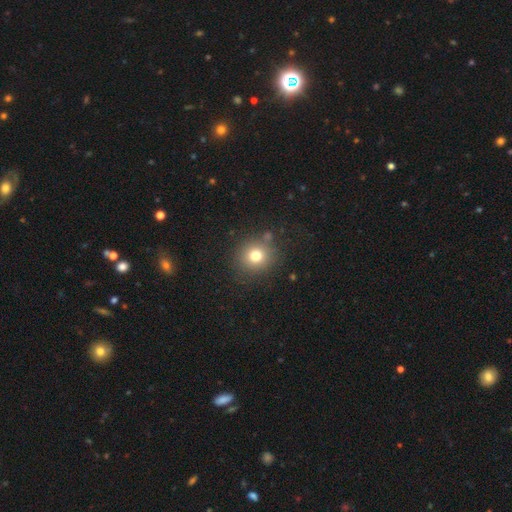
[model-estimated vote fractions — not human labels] smooth-or-featured: smooth: 76% | star or artifact: 15% | featured or disk: 10%
  how-rounded: round: 89% | in between: 10% | cigar-shaped: 1%
  merging: none: 83% | minor disturbance: 9% | merger: 4% | major disturbance: 4%